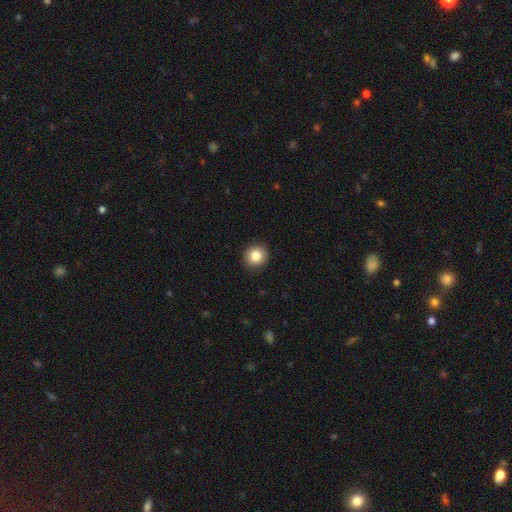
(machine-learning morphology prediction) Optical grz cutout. It shows a smooth galaxy with no disk features (84%) that is round (90%). Merging: none (92%).